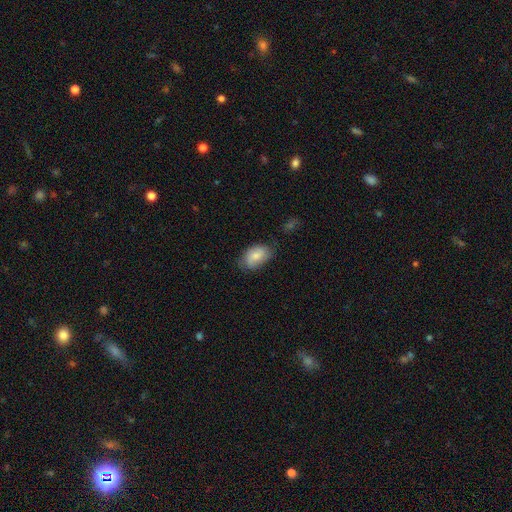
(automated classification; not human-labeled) smooth 74%, featured or disk 19%, star or artifact 7%. Down the decision tree: how rounded — in between (90%); merging — none (60%).